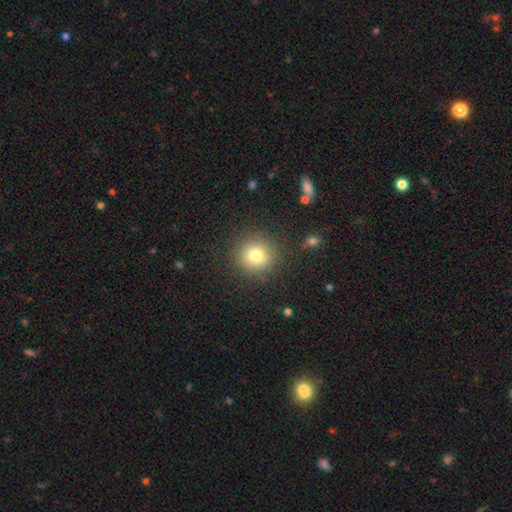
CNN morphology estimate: Smooth or featured?
  - smooth: 77% *
  - star or artifact: 13%
  - featured or disk: 10%
How rounded?
  - round: 92% *
  - in between: 7%
  - cigar-shaped: 1%
Merging?
  - none: 87% *
  - minor disturbance: 8%
  - major disturbance: 3%
  - merger: 2%